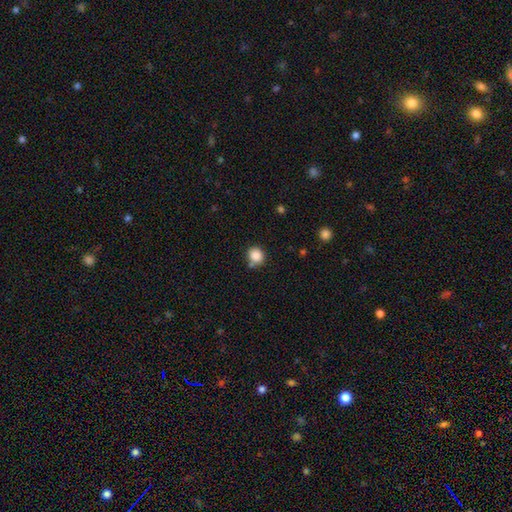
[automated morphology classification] A smooth galaxy with no disk features (86%) that is round (84%).

Vote fractions:
- Smooth or featured? smooth: 86% / star or artifact: 10% / featured or disk: 4%
- How rounded? round: 84% / in between: 15% / cigar-shaped: 1%
- Merging? none: 74% / minor disturbance: 12% / merger: 11% / major disturbance: 4%